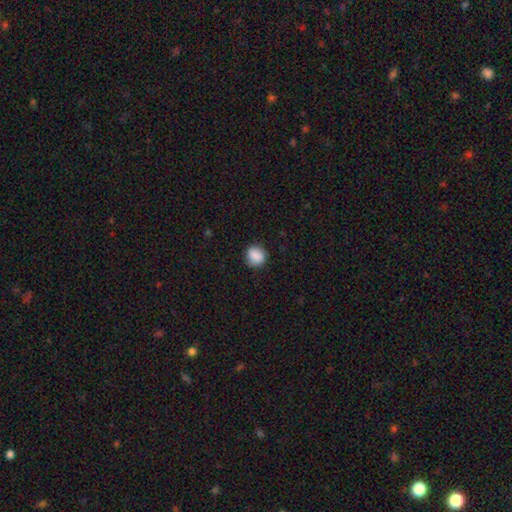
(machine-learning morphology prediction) The model was most divided on "how rounded": round: 79%, in between: 20%, cigar-shaped: 1%. More confident: smooth or featured — smooth (88%); merging — none (85%).